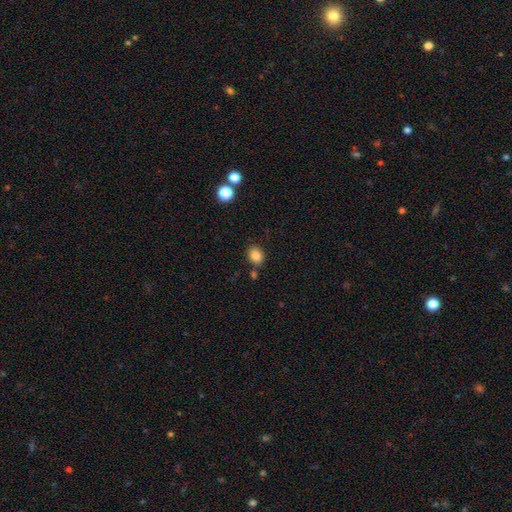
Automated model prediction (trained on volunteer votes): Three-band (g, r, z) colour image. It shows a smooth galaxy with no disk features (84%) that is in between round and cigar-shaped (52%). Merging: none (78%).